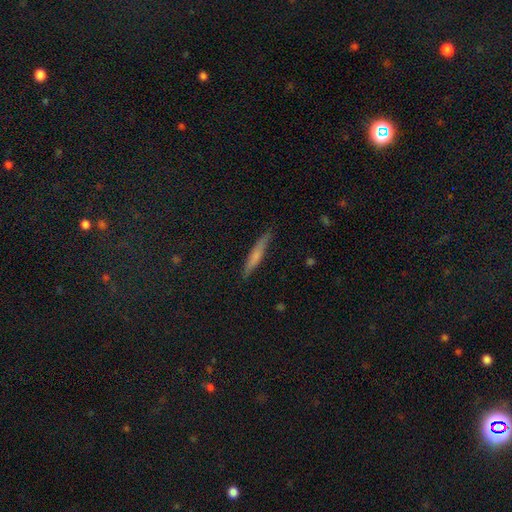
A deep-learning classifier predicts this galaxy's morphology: A smooth galaxy with no disk features (61%) that is cigar-shaped (93%). Merging: none (84%).